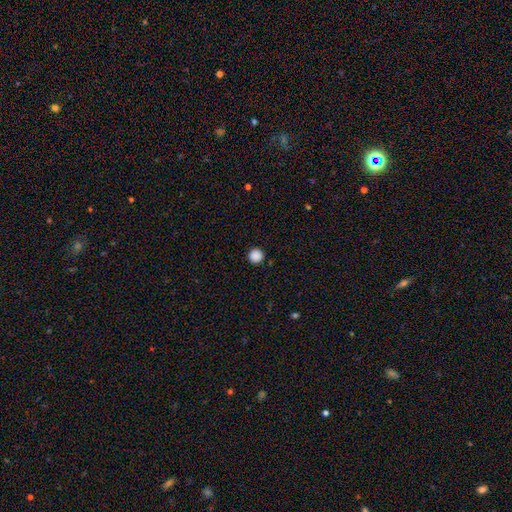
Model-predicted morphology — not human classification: Smooth or featured? smooth (88%)
How rounded? round (96%)
Merging? none (93%)